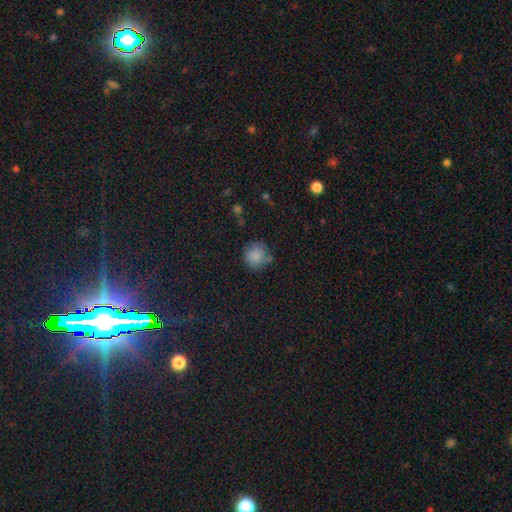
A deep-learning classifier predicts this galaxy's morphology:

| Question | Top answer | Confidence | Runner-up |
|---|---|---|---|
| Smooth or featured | smooth | 83% | star or artifact (10%) |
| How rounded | round | 91% | in between (8%) |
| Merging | none | 68% | minor disturbance (21%) |